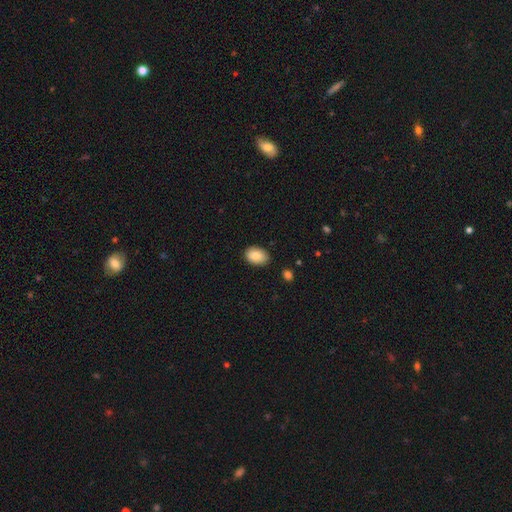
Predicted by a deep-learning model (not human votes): Smooth or featured?
  - smooth: 87% *
  - star or artifact: 7%
  - featured or disk: 6%
How rounded?
  - in between: 85% *
  - round: 14%
  - cigar-shaped: 1%
Merging?
  - none: 83% *
  - minor disturbance: 13%
  - major disturbance: 2%
  - merger: 2%